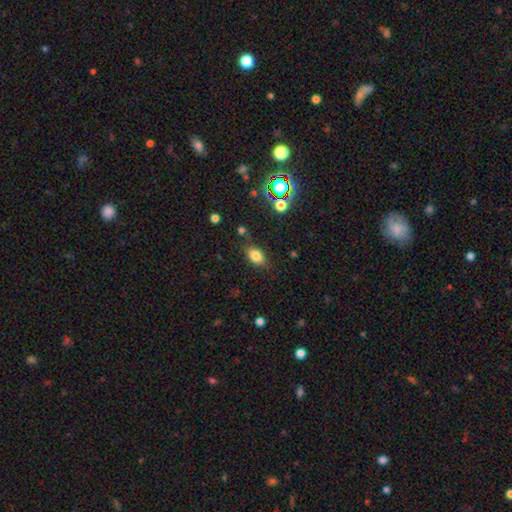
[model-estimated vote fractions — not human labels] smooth 80%, star or artifact 12%, featured or disk 8%. Down the decision tree: how rounded — in between (81%); merging — none (77%).